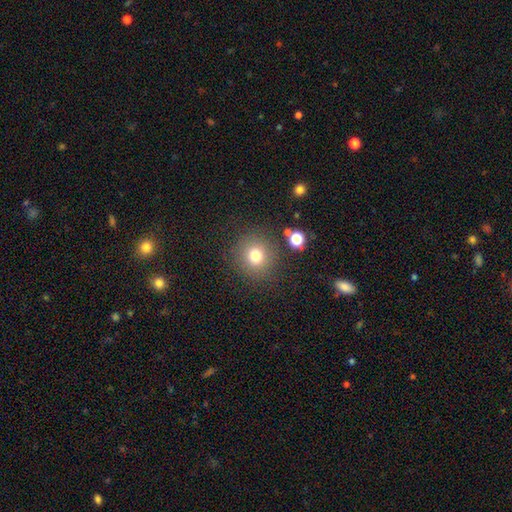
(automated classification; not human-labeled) Smooth or featured?
  - smooth: 76% *
  - star or artifact: 15%
  - featured or disk: 9%
How rounded?
  - round: 91% *
  - in between: 8%
  - cigar-shaped: 1%
Merging?
  - none: 84% *
  - minor disturbance: 9%
  - major disturbance: 4%
  - merger: 3%